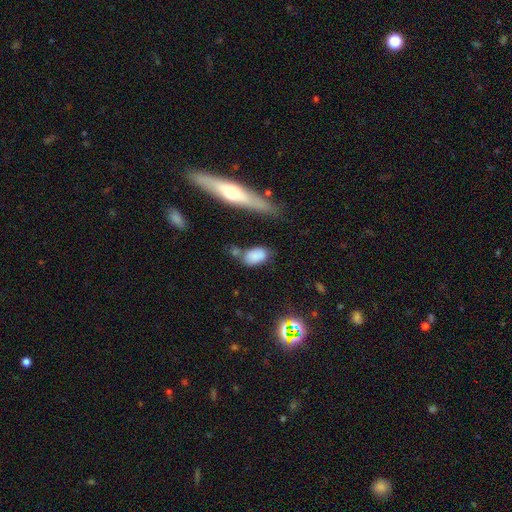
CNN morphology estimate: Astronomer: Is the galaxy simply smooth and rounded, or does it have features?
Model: smooth — 81%.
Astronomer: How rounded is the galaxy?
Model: in between — 89%.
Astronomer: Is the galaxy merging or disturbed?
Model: none — 53%.